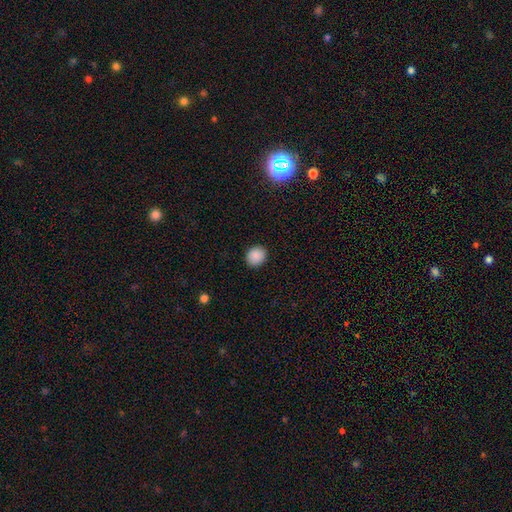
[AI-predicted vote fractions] A smooth galaxy with no disk features (89%) that is round (73%). Merging: none (90%).